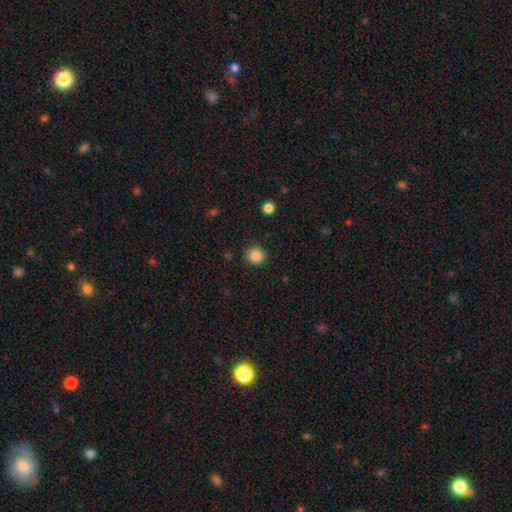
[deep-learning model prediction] Smooth or featured? smooth (85%)
How rounded? round (95%)
Merging? none (91%)